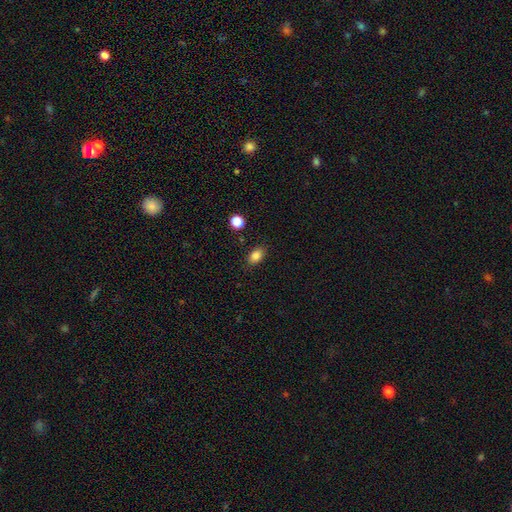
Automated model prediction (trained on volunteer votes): This appears to be a smooth galaxy with no disk features (84%) that is in between round and cigar-shaped (82%). Merging: none (85%).